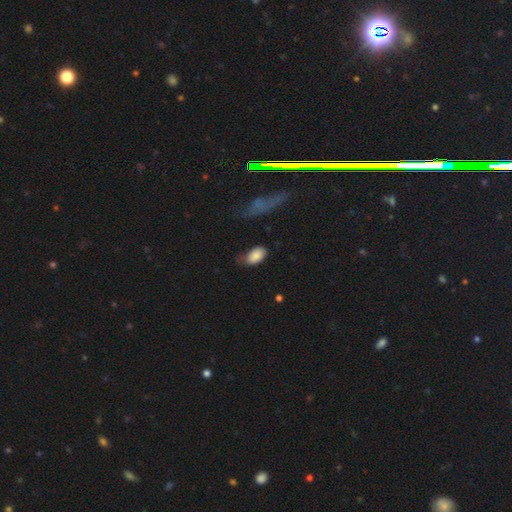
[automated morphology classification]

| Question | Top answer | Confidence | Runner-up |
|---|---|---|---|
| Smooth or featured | smooth | 85% | featured or disk (8%) |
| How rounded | in between | 93% | round (5%) |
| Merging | none | 49% | minor disturbance (37%) |